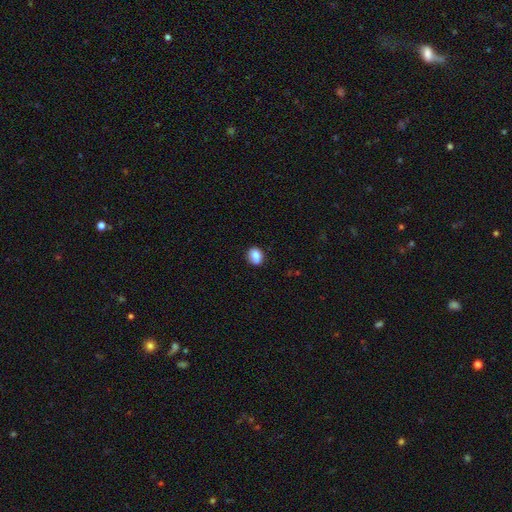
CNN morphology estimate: This appears to be a smooth galaxy with no disk features (82%) that is round (52%). Merging: none (84%).